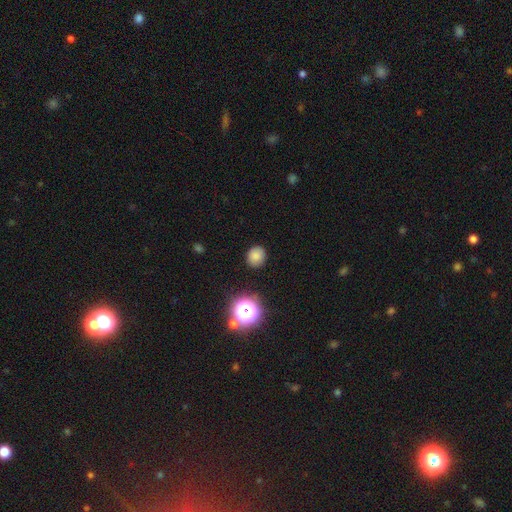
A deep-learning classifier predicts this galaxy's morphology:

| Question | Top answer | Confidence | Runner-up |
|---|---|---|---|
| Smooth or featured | smooth | 79% | star or artifact (15%) |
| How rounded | round | 79% | in between (20%) |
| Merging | none | 87% | minor disturbance (9%) |